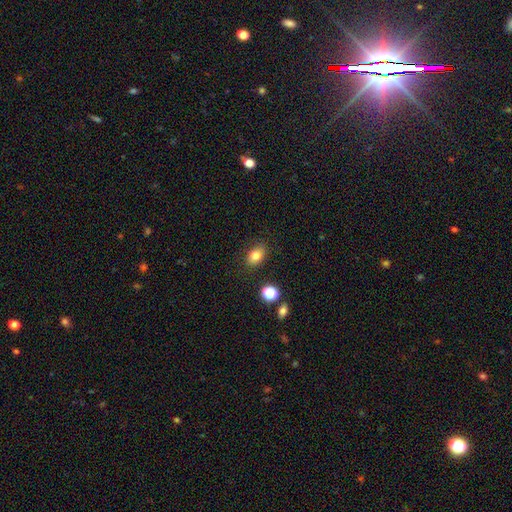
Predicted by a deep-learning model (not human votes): smooth-or-featured: smooth: 80% | star or artifact: 11% | featured or disk: 9%
  how-rounded: in between: 77% | round: 21% | cigar-shaped: 1%
  merging: none: 84% | minor disturbance: 10% | major disturbance: 3% | merger: 2%